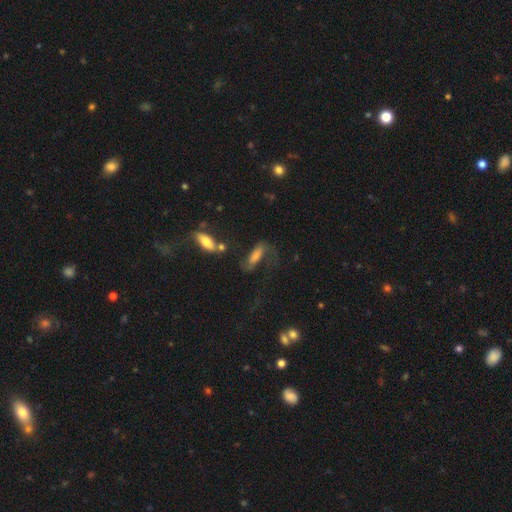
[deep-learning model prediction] Smooth or featured? Predicted: featured or disk (p=0.43, tied with smooth). Merging? Predicted: none (p=0.44).